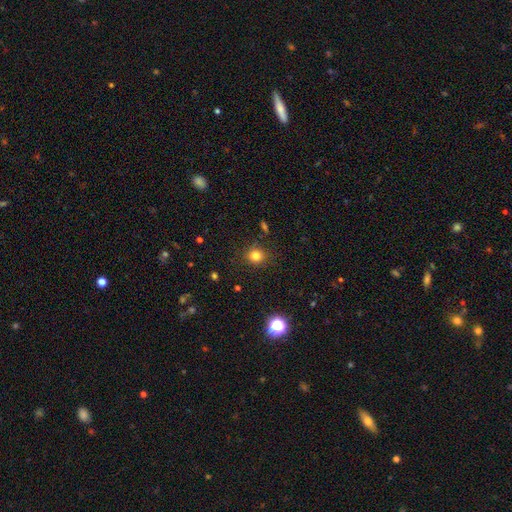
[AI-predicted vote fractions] This is clearly a smooth galaxy (80%). How rounded: clearly round (87%). Merging: clearly none (88%).